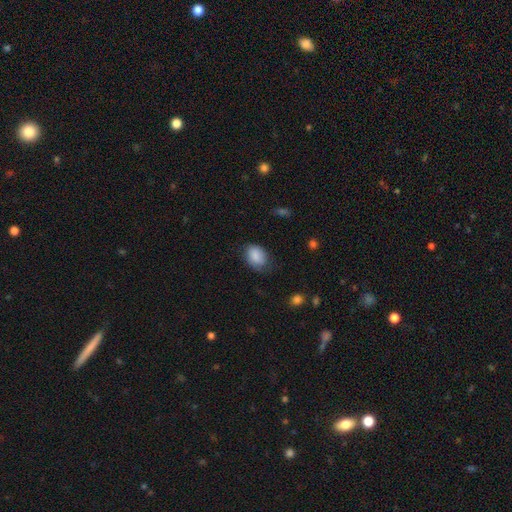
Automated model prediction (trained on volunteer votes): Smooth or featured? Predicted: smooth (p=0.85). How rounded? Predicted: in between (p=0.77). Merging? Predicted: none (p=0.62).